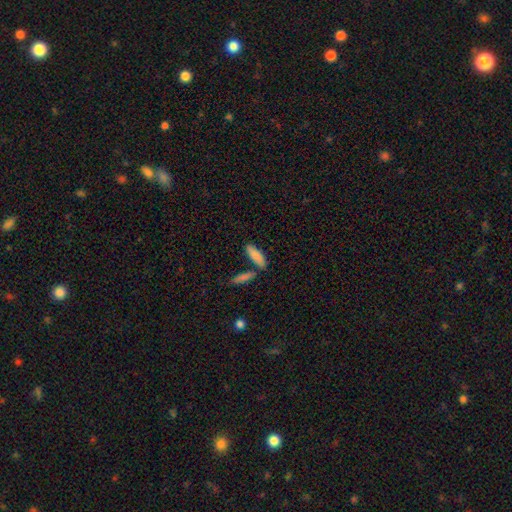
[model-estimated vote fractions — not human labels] Q: Smooth or featured?
A: smooth (82%); runner-up: featured or disk (12%)
Q: How rounded?
A: in between (56%); runner-up: cigar-shaped (41%)
Q: Merging?
A: none (67%); runner-up: merger (18%)